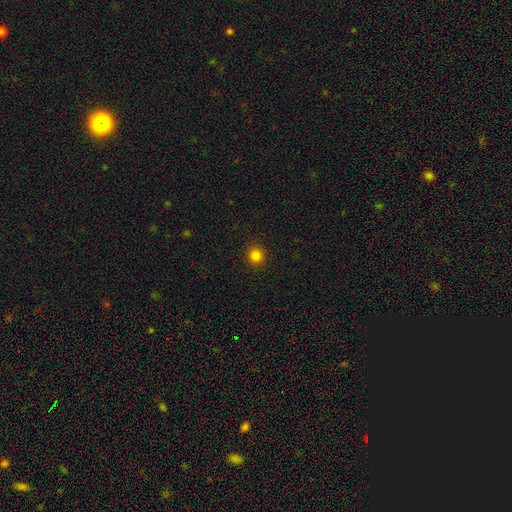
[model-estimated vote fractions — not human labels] Overall: smooth (83%). How rounded: round (91%). Merging: none (92%).